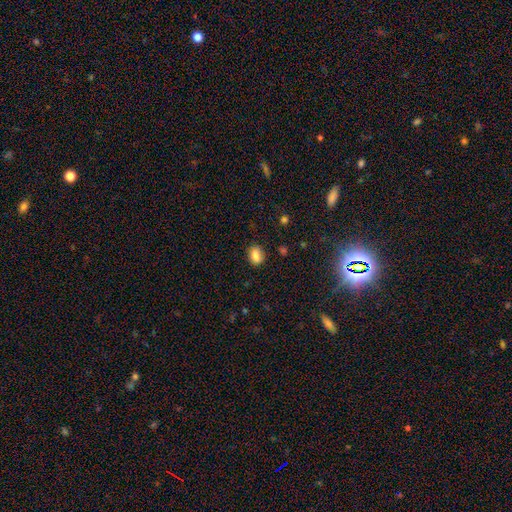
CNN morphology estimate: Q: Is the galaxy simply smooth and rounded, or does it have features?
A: smooth — 83%.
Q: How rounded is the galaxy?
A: in between — 64%.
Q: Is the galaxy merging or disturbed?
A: none — 84%.